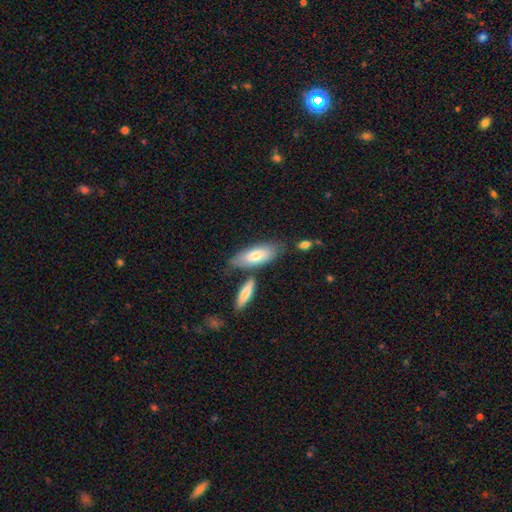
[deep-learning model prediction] The model was most divided on "merging": none: 63%, minor disturbance: 17%, merger: 16%, major disturbance: 4%. More confident: how rounded — in between (77%); smooth or featured — smooth (73%).